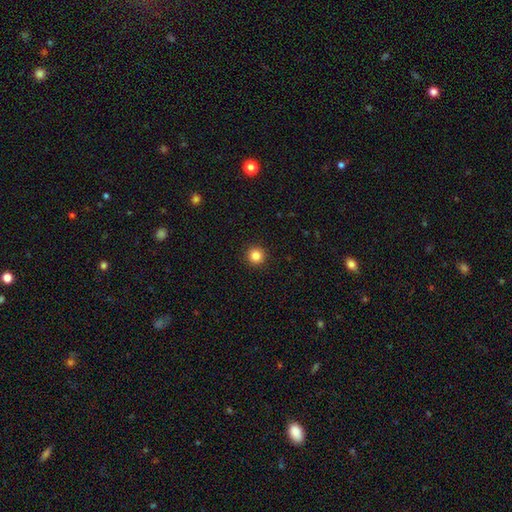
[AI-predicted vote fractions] smooth 84%, star or artifact 11%, featured or disk 4%. Down the decision tree: how rounded — round (96%); merging — none (94%).